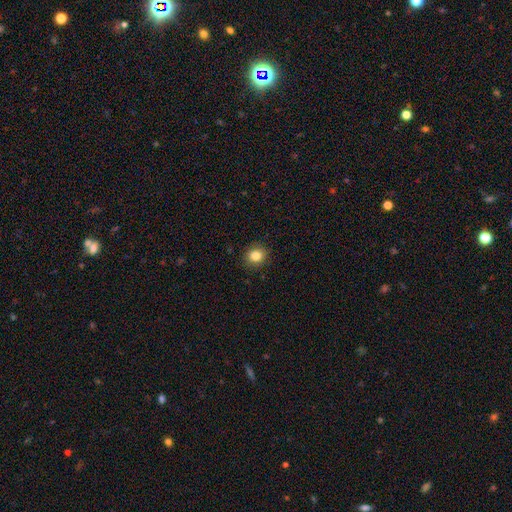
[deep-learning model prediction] Smooth or featured? smooth (84%)
How rounded? round (73%)
Merging? none (90%)